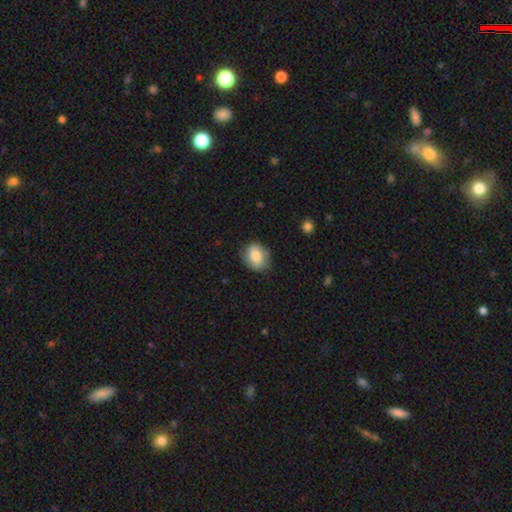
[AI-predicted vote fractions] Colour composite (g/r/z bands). It shows a smooth galaxy with no disk features (74%) that is in between round and cigar-shaped (57%). Merging: none (73%).